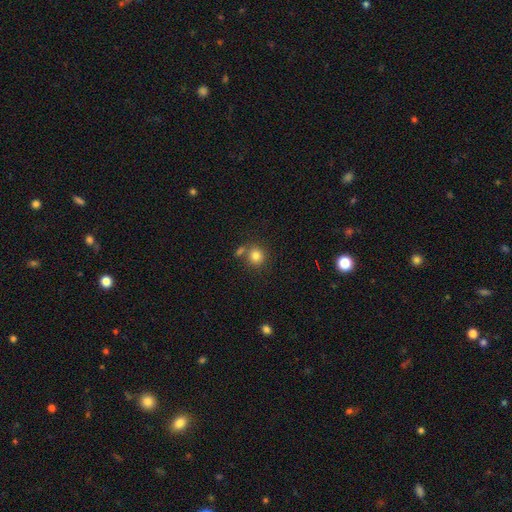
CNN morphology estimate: smooth_or_featured: smooth (p=0.82) [alt: star or artifact p=0.11]
how_rounded: round (p=0.86) [alt: in between p=0.13]
merging: none (p=0.65) [alt: merger p=0.21]